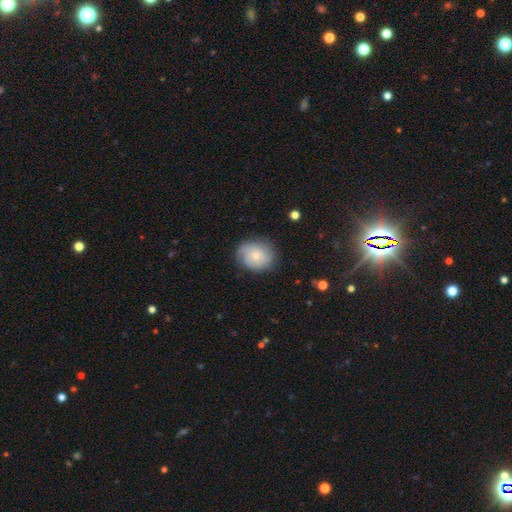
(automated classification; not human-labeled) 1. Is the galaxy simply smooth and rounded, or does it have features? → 55% smooth, 38% featured or disk, 8% star or artifact.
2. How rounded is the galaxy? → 68% round, 31% in between, 1% cigar-shaped.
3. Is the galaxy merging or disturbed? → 75% none, 18% minor disturbance, 5% major disturbance, 1% merger.